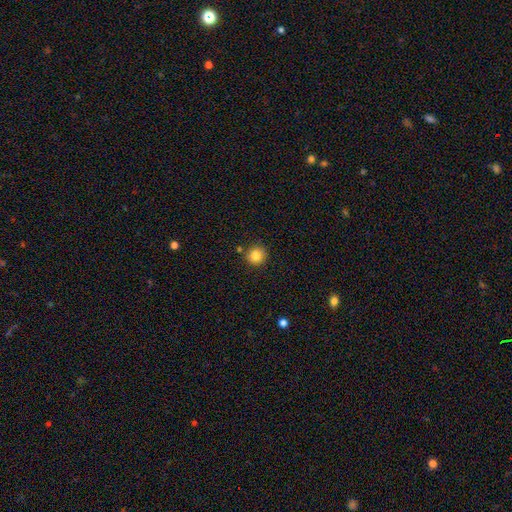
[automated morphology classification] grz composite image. It shows a smooth galaxy with no disk features (84%) that is round (93%). Merging: none (85%).